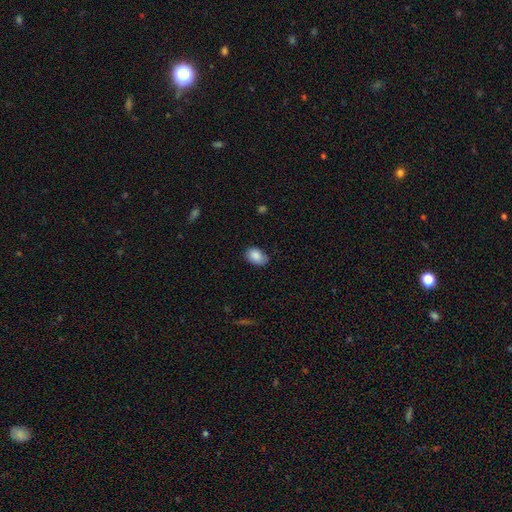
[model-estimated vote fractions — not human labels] Smooth or featured?
  - smooth: 87% *
  - star or artifact: 8%
  - featured or disk: 5%
How rounded?
  - in between: 86% *
  - round: 13%
  - cigar-shaped: 1%
Merging?
  - none: 71% *
  - minor disturbance: 24%
  - major disturbance: 4%
  - merger: 1%